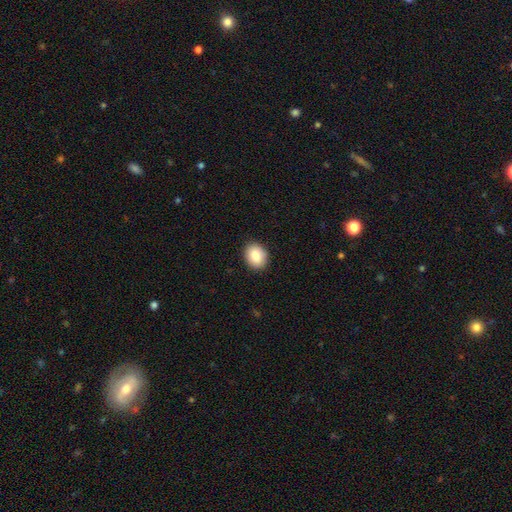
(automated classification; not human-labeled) A smooth galaxy with no disk features (85%) that is in between round and cigar-shaped (52%). Merging: none (90%).